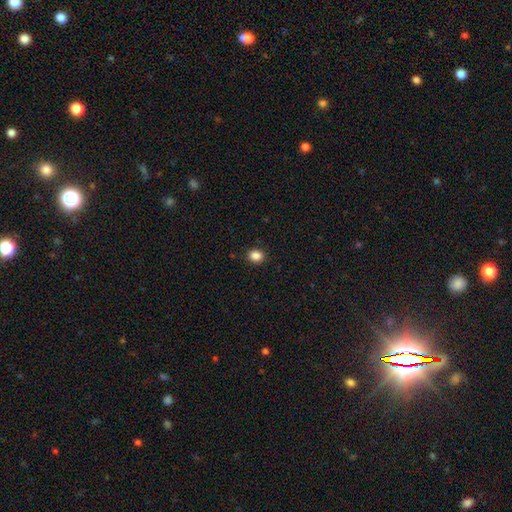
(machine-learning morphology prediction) type=smooth (86%); roundness=round (55%); merging=none (90%).